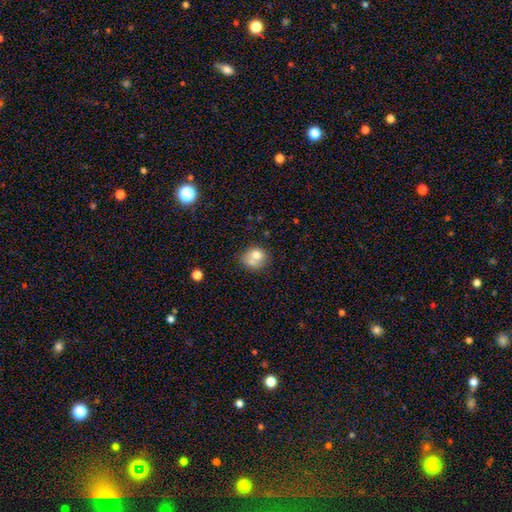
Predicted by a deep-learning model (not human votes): Morphology: type=smooth (71%); roundness=round (68%); merging=merger (44%).